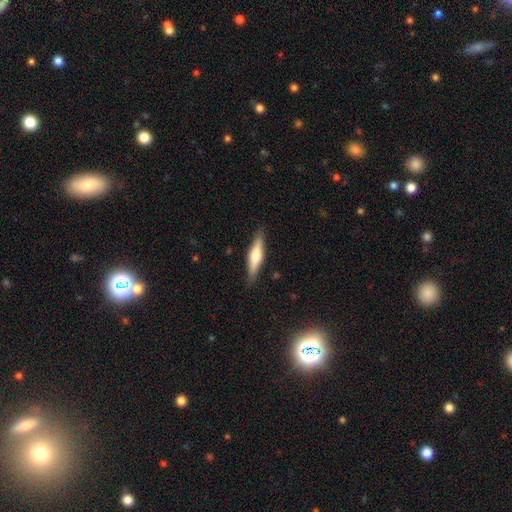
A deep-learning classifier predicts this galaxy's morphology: Q: Smooth or featured?
A: smooth (52%); runner-up: featured or disk (43%)
Q: How rounded?
A: cigar-shaped (77%); runner-up: in between (21%)
Q: Merging?
A: none (87%); runner-up: minor disturbance (10%)